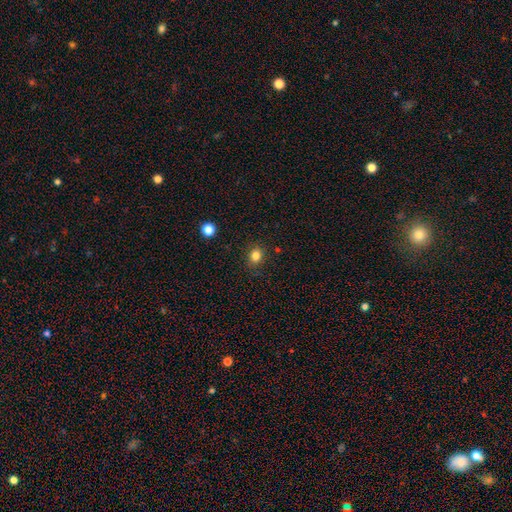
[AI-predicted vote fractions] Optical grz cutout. It shows a smooth galaxy with no disk features (83%) that is round (57%). Merging: none (86%).